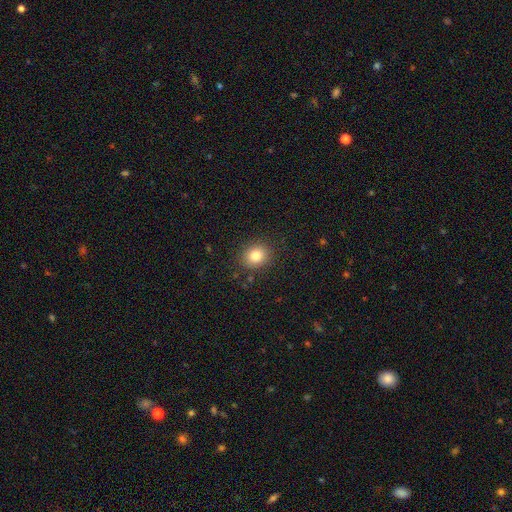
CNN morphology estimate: Overall: smooth (82%). How rounded: round (68%; in between 31%). Merging: none (87%).